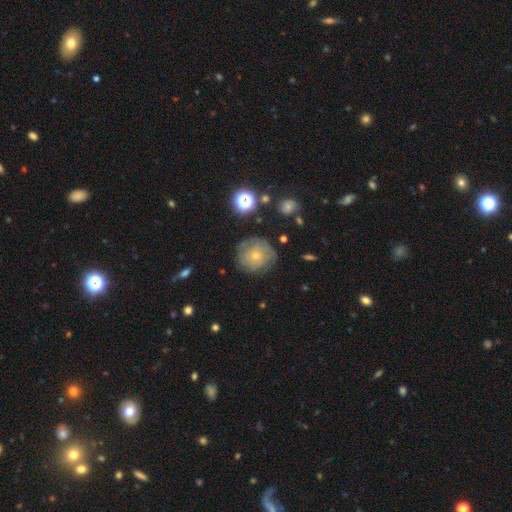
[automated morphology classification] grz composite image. It shows a featured or disk galaxy (48%). Merging: none (71%).